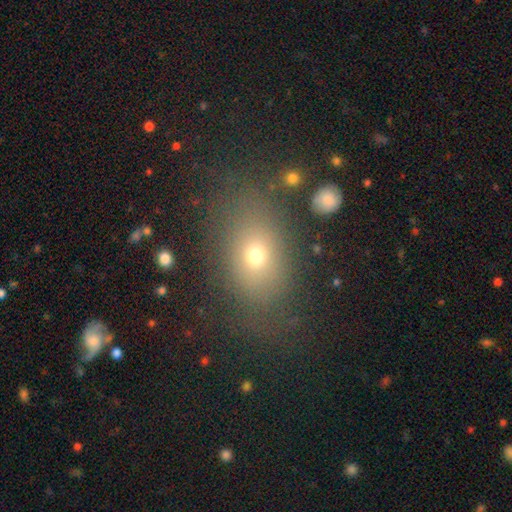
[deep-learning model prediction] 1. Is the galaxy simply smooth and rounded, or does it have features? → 67% smooth, 18% star or artifact, 15% featured or disk.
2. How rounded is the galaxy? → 72% in between, 25% round, 2% cigar-shaped.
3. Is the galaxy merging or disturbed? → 78% none, 13% minor disturbance, 7% major disturbance, 3% merger.